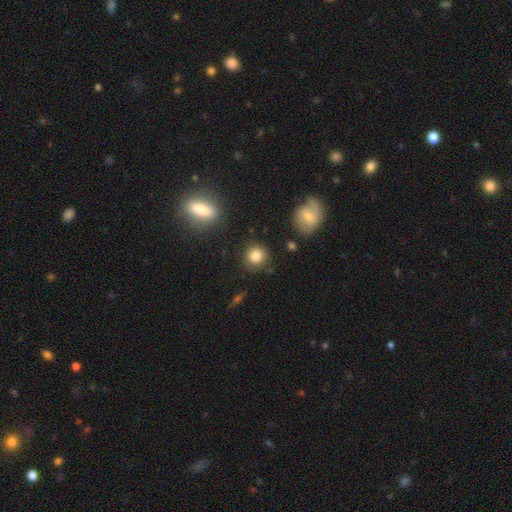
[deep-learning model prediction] Morphology: type=smooth (83%); roundness=round (88%); merging=none (81%).